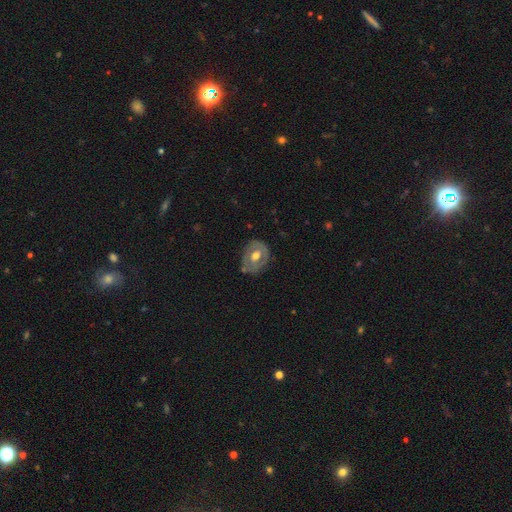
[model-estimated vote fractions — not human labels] This is possibly a featured or disk galaxy (58%). It is clearly not viewed edge-on (94%). Bar: likely no (63%). Spiral arm pattern: likely no (69%). Central bulge: likely moderate (72%). Merging: likely none (70%).